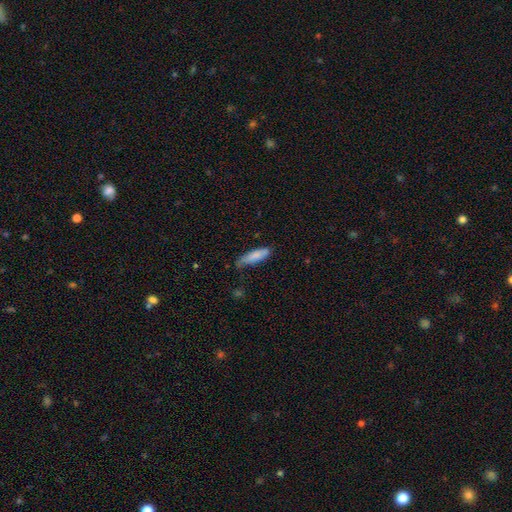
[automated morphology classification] This appears to be a smooth galaxy with no disk features (80%) that is cigar-shaped (60%). Merging: none (56%).